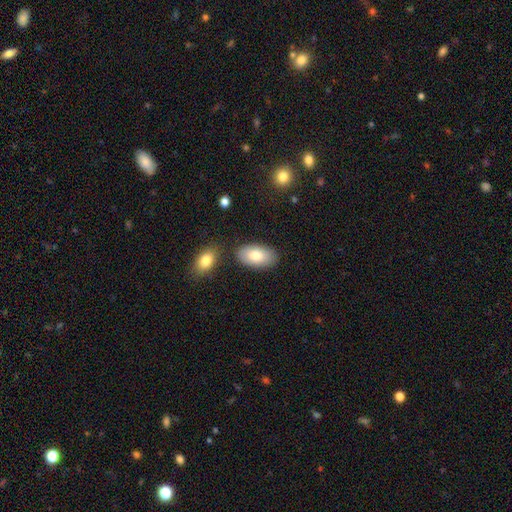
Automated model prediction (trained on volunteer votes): smooth-or-featured: smooth: 81% | featured or disk: 13% | star or artifact: 6%
  how-rounded: in between: 95% | round: 4% | cigar-shaped: 1%
  merging: none: 81% | minor disturbance: 11% | merger: 5% | major disturbance: 3%